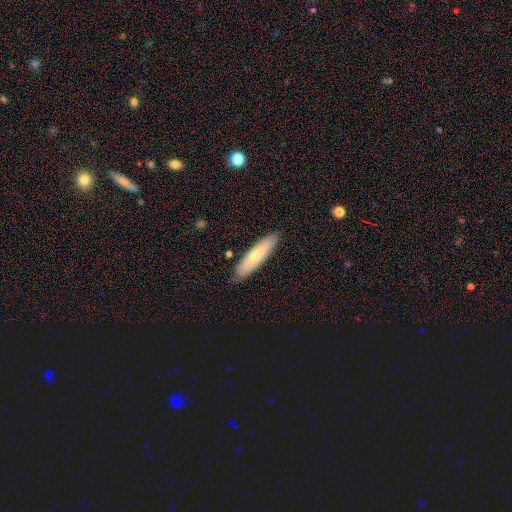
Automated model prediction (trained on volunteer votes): smooth_or_featured: smooth (p=0.63) [alt: featured or disk p=0.31]
how_rounded: cigar-shaped (p=0.75) [alt: in between p=0.23]
merging: none (p=0.88) [alt: minor disturbance p=0.09]